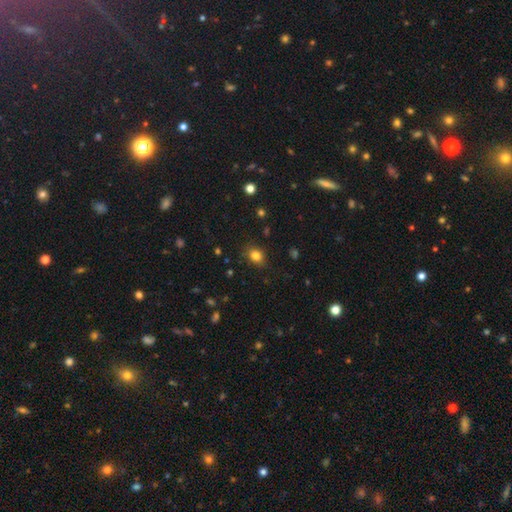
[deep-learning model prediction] A smooth galaxy with no disk features (81%) that is in between round and cigar-shaped (50%).

Vote fractions:
- Smooth or featured? smooth: 81% / star or artifact: 12% / featured or disk: 7%
- How rounded? in between: 50% / round: 49% / cigar-shaped: 1%
- Merging? none: 82% / minor disturbance: 14% / major disturbance: 3% / merger: 1%